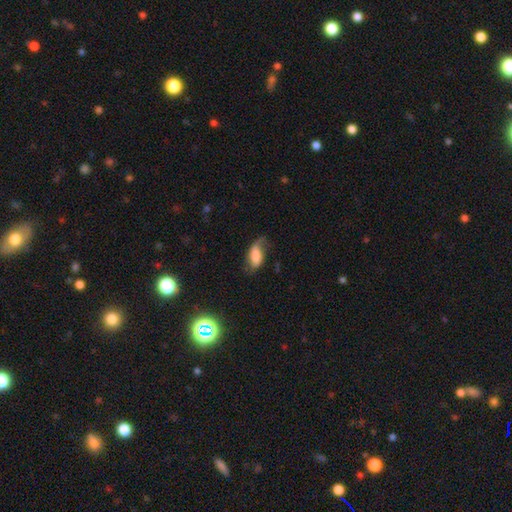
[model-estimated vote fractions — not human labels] smooth_or_featured: smooth (p=0.58) [alt: featured or disk p=0.32]
how_rounded: in between (p=0.87) [alt: cigar-shaped p=0.09]
merging: none (p=0.41) [alt: minor disturbance p=0.32]